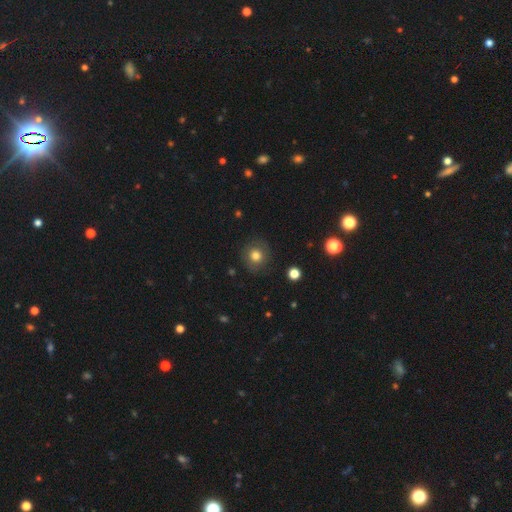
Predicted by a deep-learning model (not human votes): Smooth or featured?
  - smooth: 75% *
  - star or artifact: 13%
  - featured or disk: 13%
How rounded?
  - round: 91% *
  - in between: 8%
  - cigar-shaped: 1%
Merging?
  - none: 86% *
  - minor disturbance: 9%
  - major disturbance: 3%
  - merger: 1%